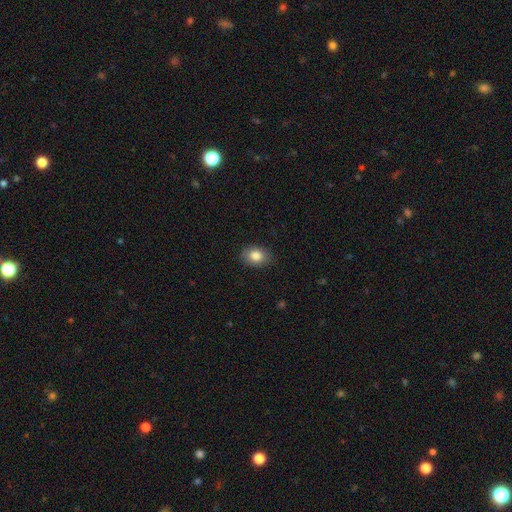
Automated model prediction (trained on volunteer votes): smooth 84%, star or artifact 8%, featured or disk 7%. Down the decision tree: how rounded — in between (73%); merging — none (84%).